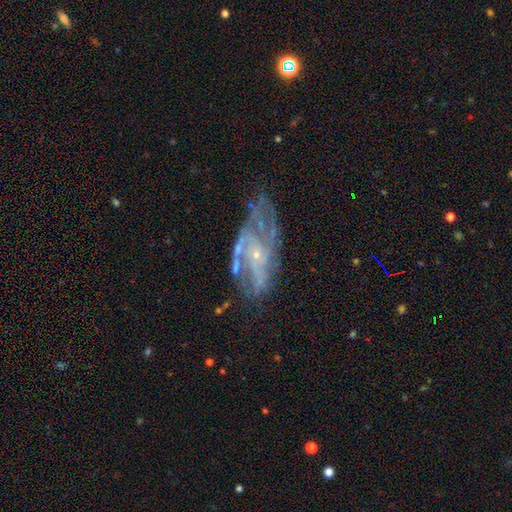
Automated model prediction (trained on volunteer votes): Smooth or featured: featured or disk — 84% (smooth — 9%)
Edge-on disk: no — 94% (yes — 6%)
Bar: no — 68% (weak — 25%)
Spiral arms: yes — 90% (no — 10%)
Spiral winding: medium — 44% (tight — 40%)
Spiral arm count: can't tell — 31% (2 — 30%)
Bulge size: small — 82% (moderate — 12%)
Merging: none — 56% (minor disturbance — 22%)